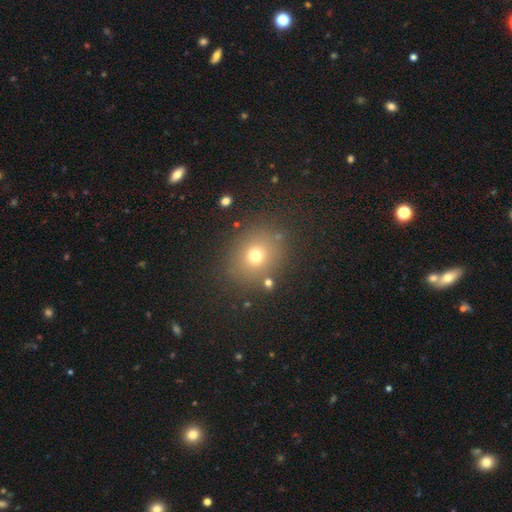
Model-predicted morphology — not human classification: Smooth or featured? Predicted: smooth (p=0.69). How rounded? Predicted: round (p=0.72). Merging? Predicted: none (p=0.82).